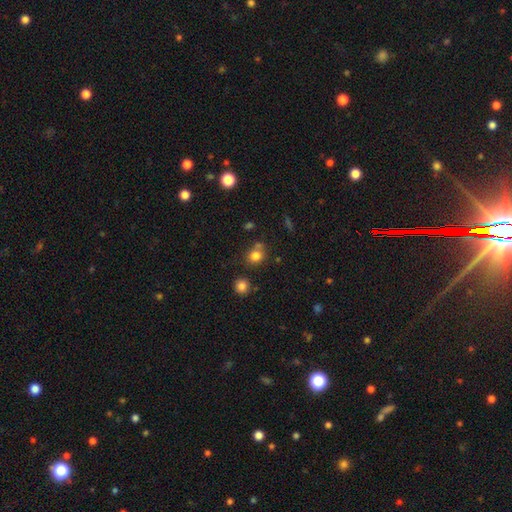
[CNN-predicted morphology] smooth 80%, star or artifact 13%, featured or disk 7%. Down the decision tree: how rounded — round (80%); merging — none (65%).